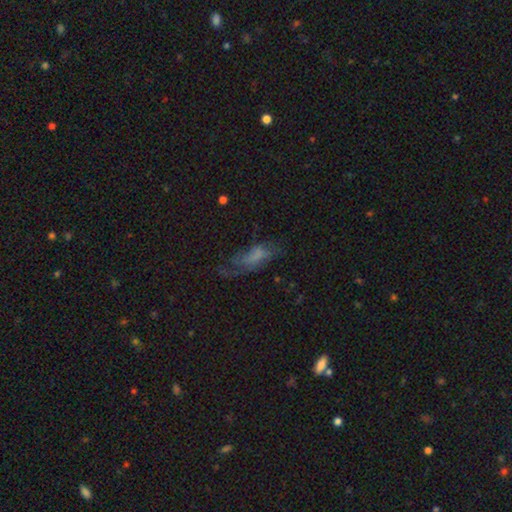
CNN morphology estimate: type=smooth (47%); merging=none (37%).